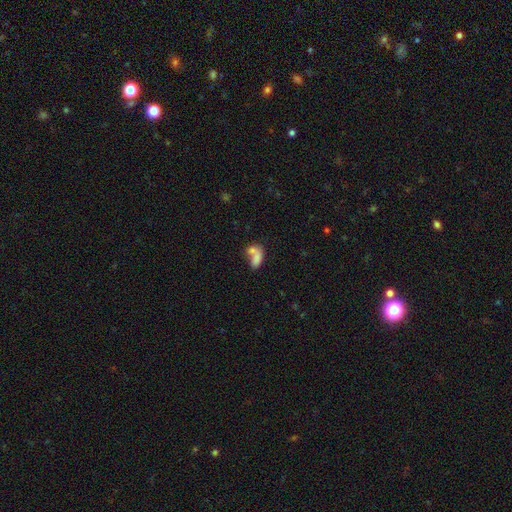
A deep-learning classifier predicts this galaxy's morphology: Smooth or featured? smooth (71%)
How rounded? in between (84%)
Merging? merger (60%)